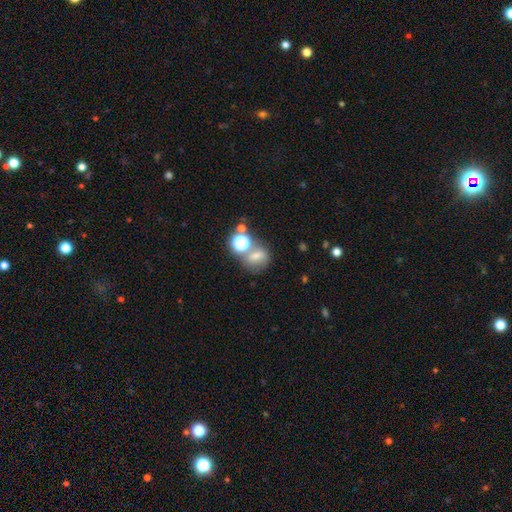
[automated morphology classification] A smooth galaxy with no disk features (47%). Merging: none (49%).